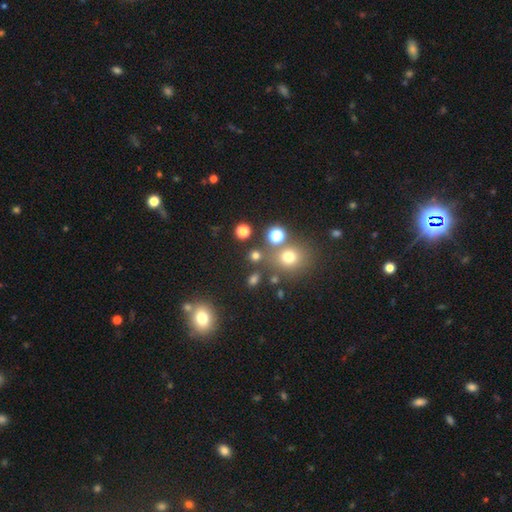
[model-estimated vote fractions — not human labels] Smooth or featured? Predicted: smooth (p=0.68). How rounded? Predicted: round (p=0.83). Merging? Predicted: none (p=0.75).